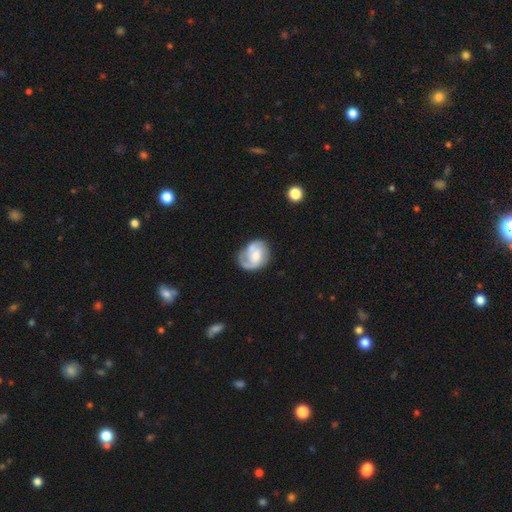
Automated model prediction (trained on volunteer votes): Q: Smooth or featured?
A: featured or disk (67%); runner-up: smooth (27%)
Q: Edge-on disk?
A: no (97%); runner-up: yes (3%)
Q: Bar?
A: no (55%); runner-up: weak (36%)
Q: Spiral arms?
A: yes (87%); runner-up: no (13%)
Q: Spiral winding?
A: medium (43%); runner-up: tight (31%)
Q: Spiral arm count?
A: 2 (57%); runner-up: 1 (16%)
Q: Bulge size?
A: moderate (50%); runner-up: small (41%)
Q: Merging?
A: none (58%); runner-up: minor disturbance (25%)